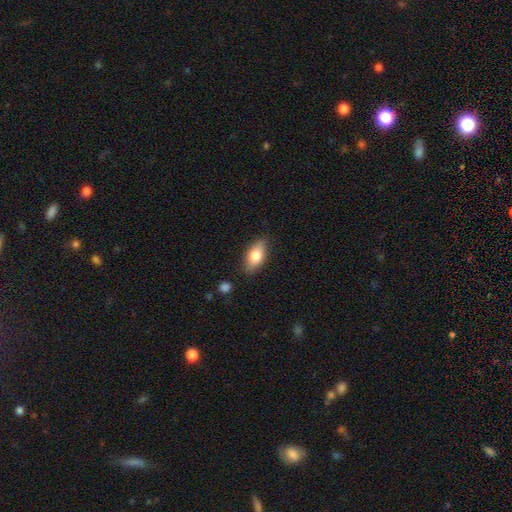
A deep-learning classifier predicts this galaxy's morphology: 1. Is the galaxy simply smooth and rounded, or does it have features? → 78% smooth, 16% featured or disk, 7% star or artifact.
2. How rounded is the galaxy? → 88% in between, 8% cigar-shaped, 4% round.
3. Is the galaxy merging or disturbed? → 80% none, 15% minor disturbance, 3% major disturbance, 2% merger.